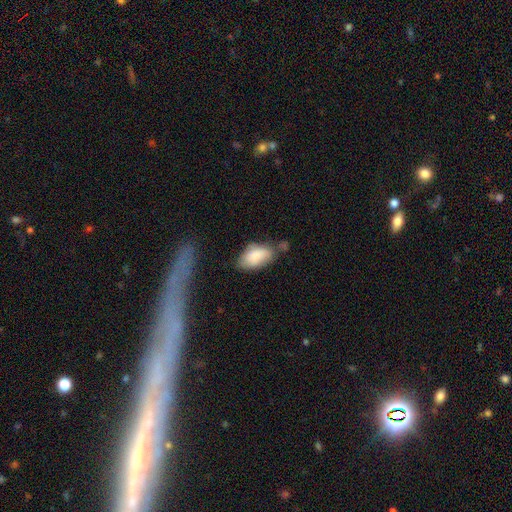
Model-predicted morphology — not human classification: Smooth or featured? smooth (81%)
How rounded? in between (93%)
Merging? none (46%)